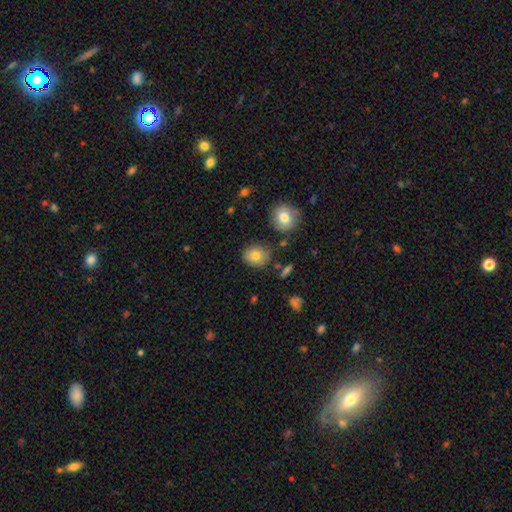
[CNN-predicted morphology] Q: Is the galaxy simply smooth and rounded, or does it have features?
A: smooth — 77%.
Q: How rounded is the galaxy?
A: round — 69%.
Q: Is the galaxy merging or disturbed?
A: none — 80%.